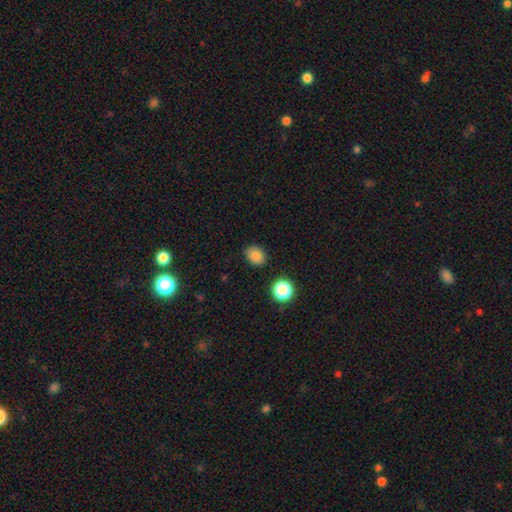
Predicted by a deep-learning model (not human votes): smooth_or_featured: smooth (p=0.84) [alt: star or artifact p=0.12]
how_rounded: in between (p=0.53) [alt: round p=0.46]
merging: none (p=0.85) [alt: minor disturbance p=0.10]